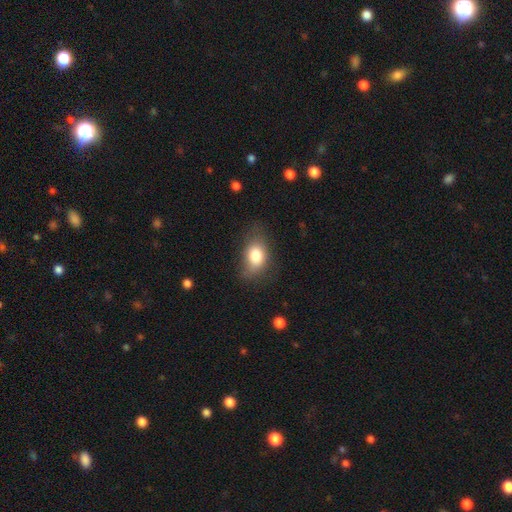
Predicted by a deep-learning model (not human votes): Smooth or featured: smooth — 79% (featured or disk — 13%)
How rounded: in between — 82% (round — 16%)
Merging: none — 65% (minor disturbance — 25%)